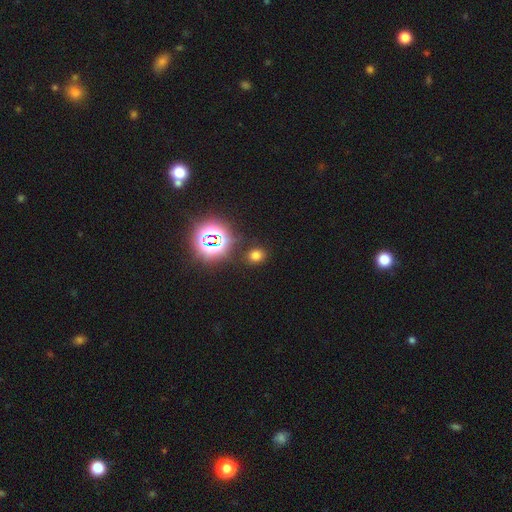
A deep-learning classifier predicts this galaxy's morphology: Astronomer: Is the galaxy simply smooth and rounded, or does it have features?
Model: smooth — 66%.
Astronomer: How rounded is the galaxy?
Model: round — 61% (runner-up: in between, 38%).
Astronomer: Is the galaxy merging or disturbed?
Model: none — 86%.